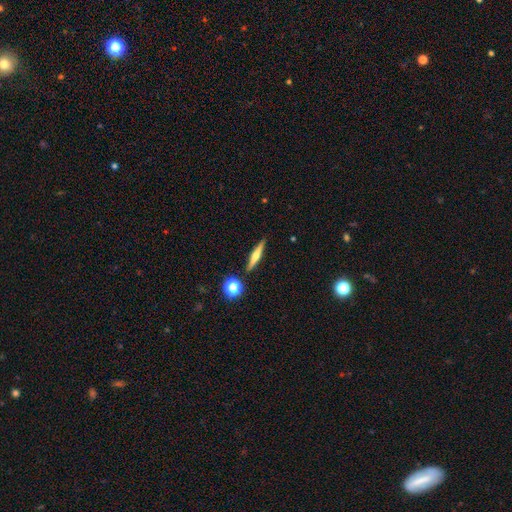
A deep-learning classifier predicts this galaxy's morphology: Smooth or featured?
  - featured or disk: 50% *
  - smooth: 42%
  - star or artifact: 9%
Merging?
  - none: 89% *
  - minor disturbance: 7%
  - merger: 3%
  - major disturbance: 2%